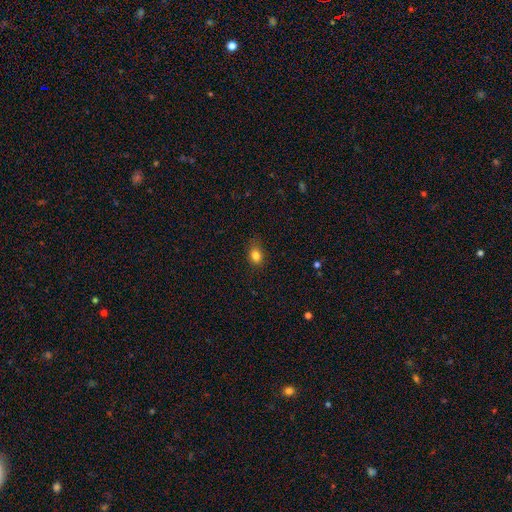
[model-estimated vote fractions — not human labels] A smooth galaxy with no disk features (82%) that is in between round and cigar-shaped (57%).

Vote fractions:
- Smooth or featured? smooth: 82% / star or artifact: 12% / featured or disk: 6%
- How rounded? in between: 57% / round: 41% / cigar-shaped: 1%
- Merging? none: 77% / minor disturbance: 18% / major disturbance: 4% / merger: 1%